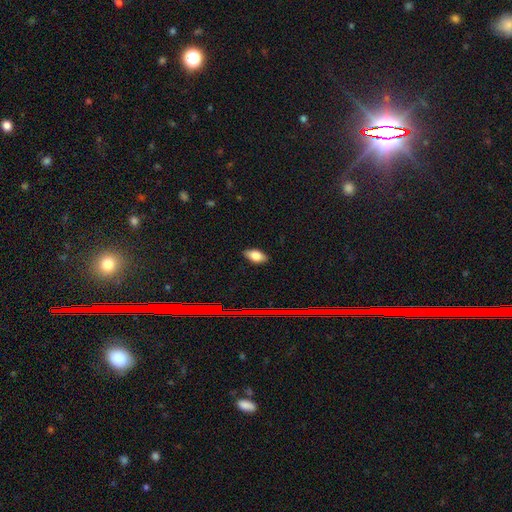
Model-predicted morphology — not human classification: Smooth or featured: smooth — 79% (featured or disk — 11%)
How rounded: in between — 90% (round — 5%)
Merging: none — 85% (minor disturbance — 12%)